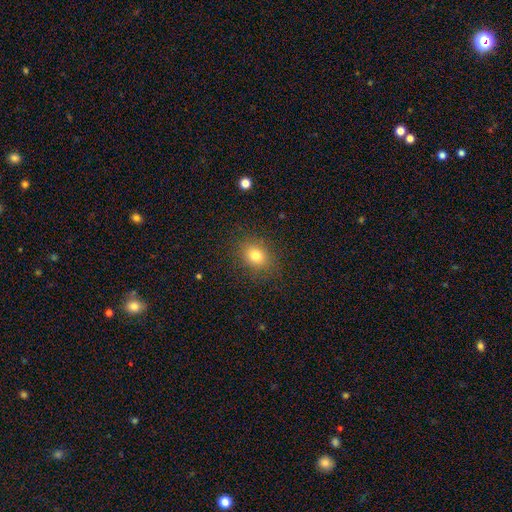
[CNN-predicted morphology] Overall: smooth (78%). How rounded: round (52%; in between 47%). Merging: none (85%).